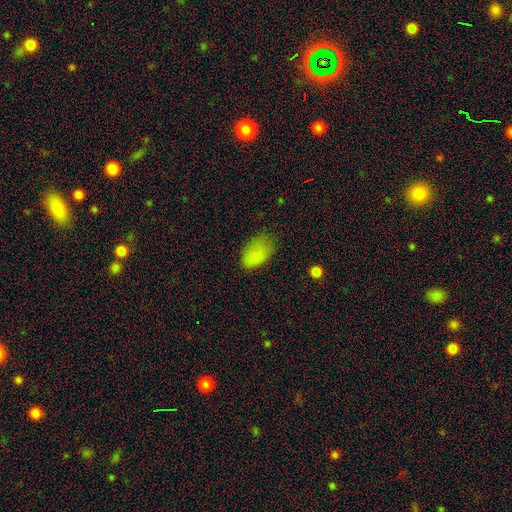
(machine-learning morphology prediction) This appears to be a smooth galaxy with no disk features (84%) that is in between round and cigar-shaped (93%). Merging: none (55%).